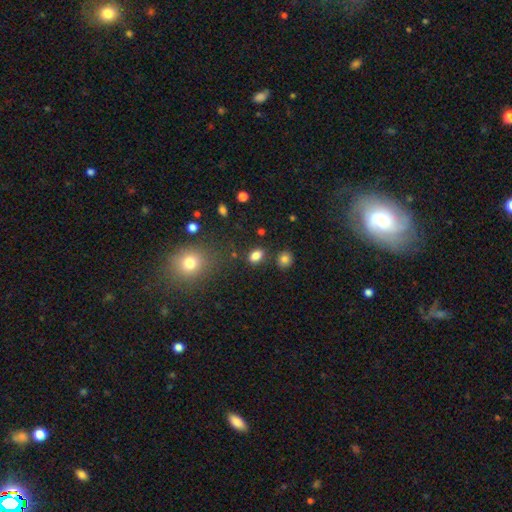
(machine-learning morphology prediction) Q: Smooth or featured?
A: smooth (83%); runner-up: star or artifact (11%)
Q: How rounded?
A: in between (80%); runner-up: round (18%)
Q: Merging?
A: none (81%); runner-up: minor disturbance (10%)